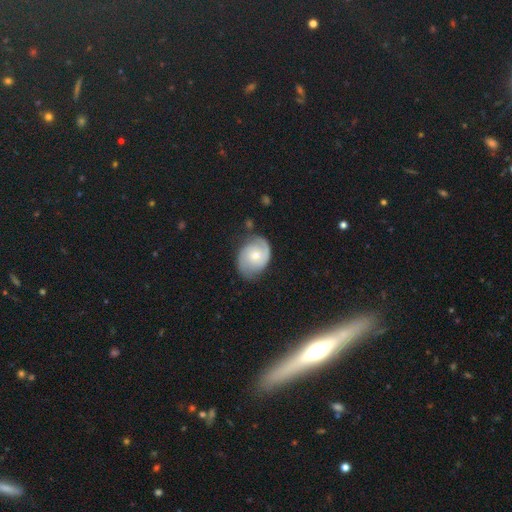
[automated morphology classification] Smooth or featured? Predicted: featured or disk (p=0.71). Edge-on disk? Predicted: no (p=0.97). Bar? Predicted: no (p=0.67). Spiral arms? Predicted: yes (p=0.92). Spiral winding? Predicted: medium (p=0.43). Spiral arm count? Predicted: 2 (p=0.82). Bulge size? Predicted: small (p=0.48). Merging? Predicted: none (p=0.68).